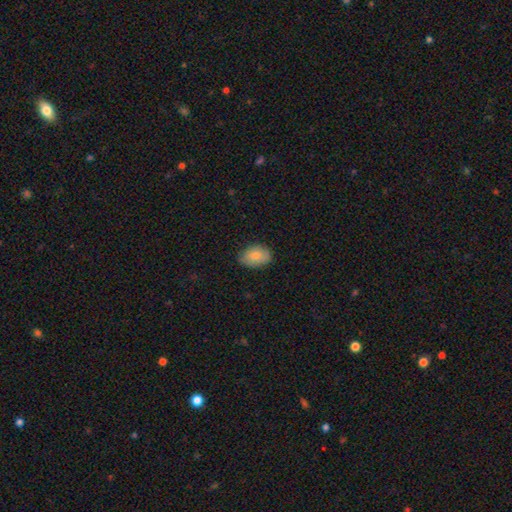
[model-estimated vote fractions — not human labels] This is likely a smooth galaxy (79%). How rounded: clearly in between (81%). Merging: likely none (76%).